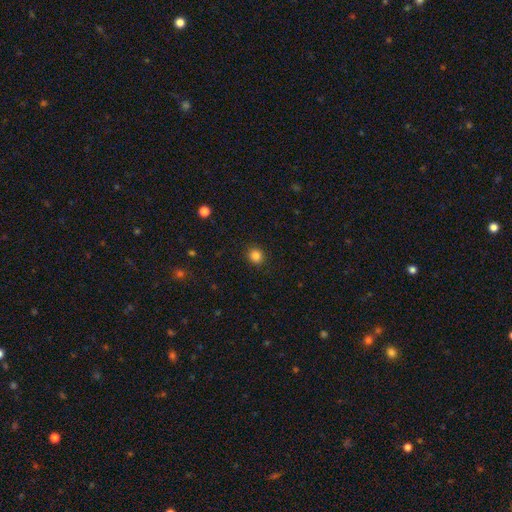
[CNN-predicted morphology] The model was most divided on "smooth or featured": smooth: 85%, star or artifact: 12%, featured or disk: 4%. More confident: merging — none (91%); how rounded — round (86%).